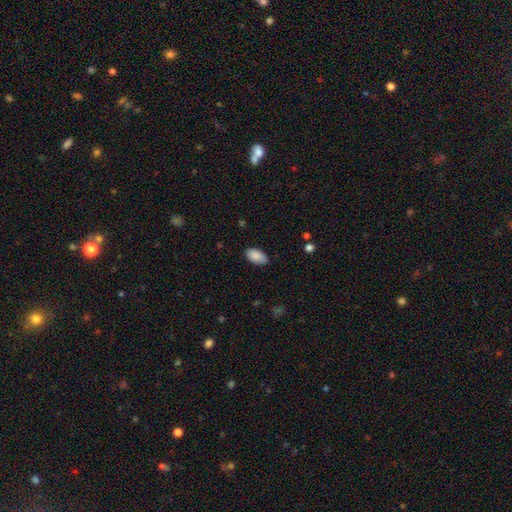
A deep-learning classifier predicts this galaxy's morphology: Q: Smooth or featured?
A: smooth (88%); runner-up: star or artifact (7%)
Q: How rounded?
A: in between (95%); runner-up: round (3%)
Q: Merging?
A: none (82%); runner-up: minor disturbance (14%)